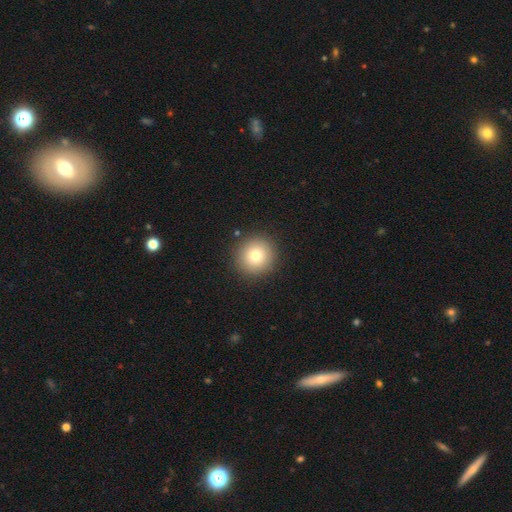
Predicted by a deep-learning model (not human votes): Smooth or featured? Predicted: smooth (p=0.77). How rounded? Predicted: round (p=0.95). Merging? Predicted: none (p=0.91).